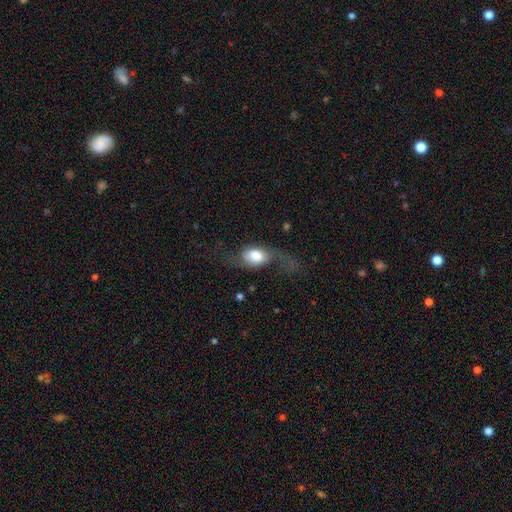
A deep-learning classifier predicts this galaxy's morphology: This is possibly a featured or disk galaxy (50%). It is clearly not viewed edge-on (90%). Merging: marginally none (40%).